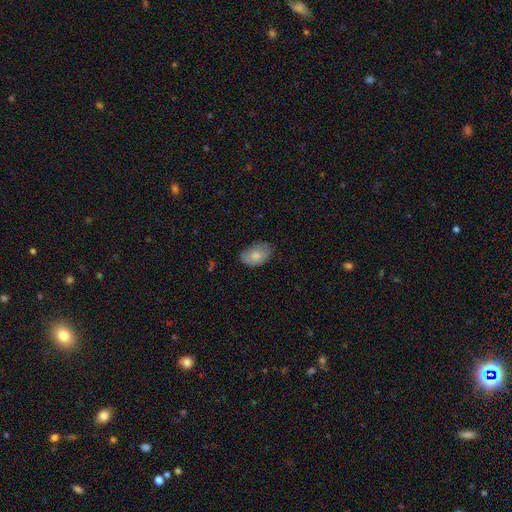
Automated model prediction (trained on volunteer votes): This appears to be a smooth galaxy with no disk features (78%) that is in between round and cigar-shaped (87%). Merging: none (67%).